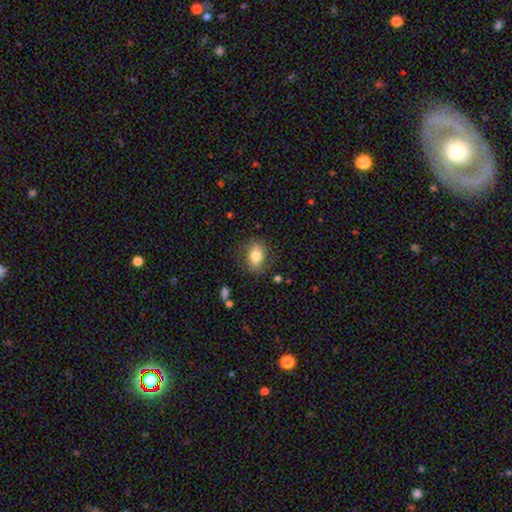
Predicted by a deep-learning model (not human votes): This appears to be a smooth galaxy with no disk features (74%) that is in between round and cigar-shaped (70%). Merging: none (75%).